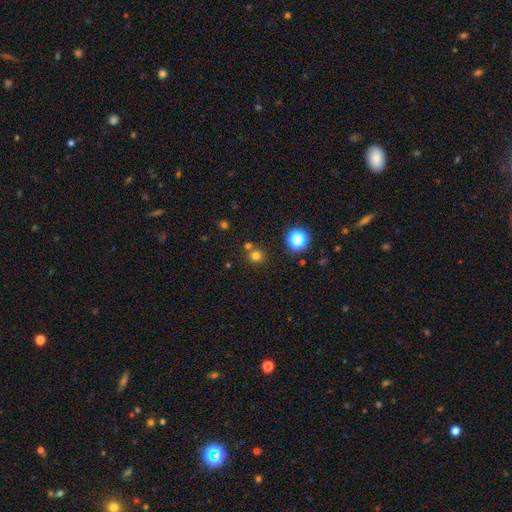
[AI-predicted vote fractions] Morphology: type=smooth (73%); roundness=round (91%); merging=none (70%).